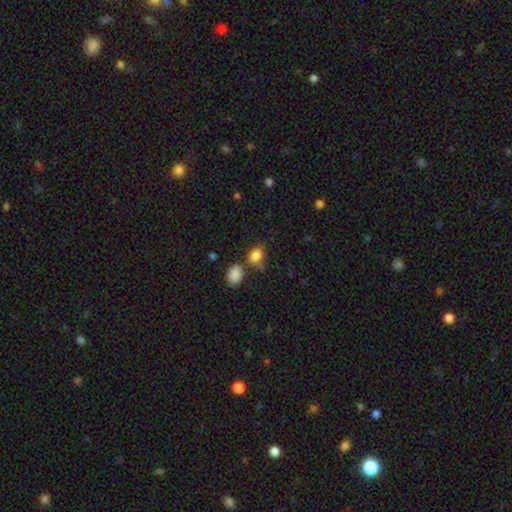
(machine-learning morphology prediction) Smooth or featured? Predicted: smooth (p=0.84). How rounded? Predicted: in between (p=0.74). Merging? Predicted: none (p=0.55).